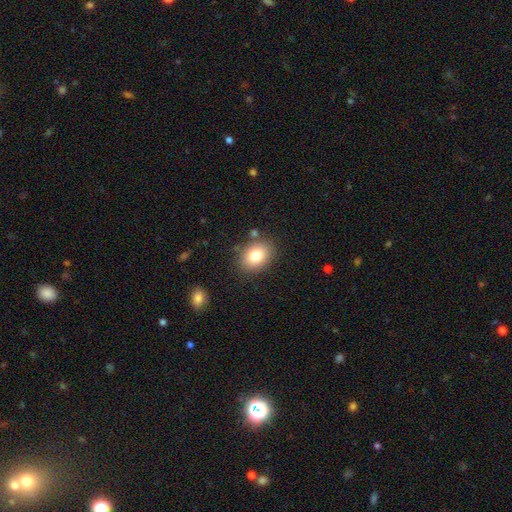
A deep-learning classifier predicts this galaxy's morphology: A smooth galaxy with no disk features (81%) that is in between round and cigar-shaped (64%). Merging: none (82%).